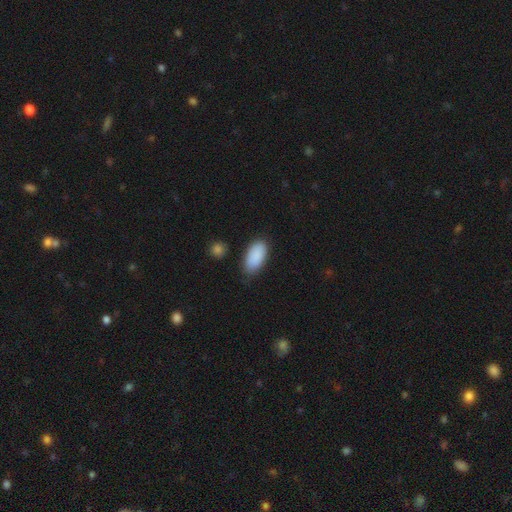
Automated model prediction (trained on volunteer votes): Smooth or featured? Predicted: smooth (p=0.90). How rounded? Predicted: in between (p=0.93). Merging? Predicted: none (p=0.79).